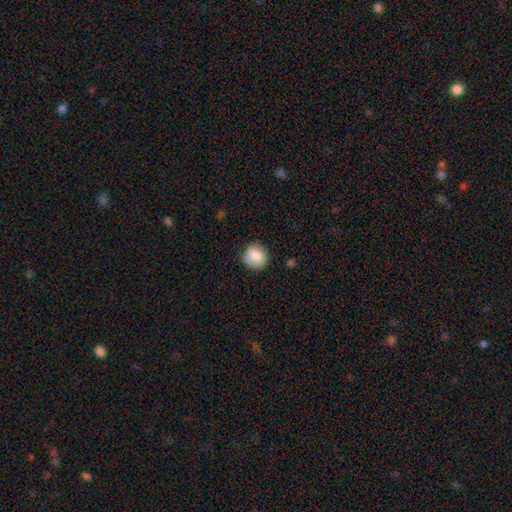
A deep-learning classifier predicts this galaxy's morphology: smooth_or_featured: smooth (p=0.86) [alt: star or artifact p=0.08]
how_rounded: round (p=0.80) [alt: in between p=0.19]
merging: none (p=0.80) [alt: minor disturbance p=0.15]